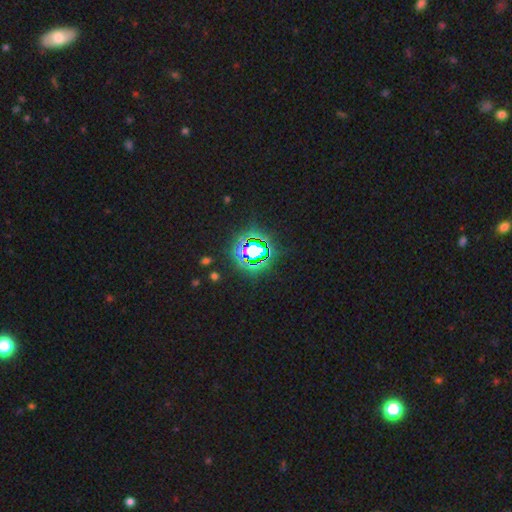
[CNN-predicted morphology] Smooth or featured: star or artifact — 82% (smooth — 12%)